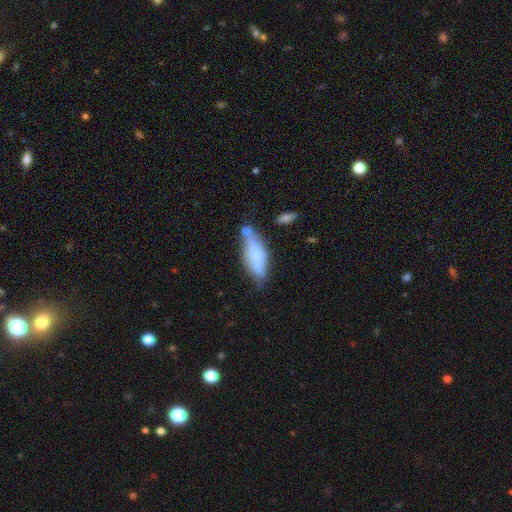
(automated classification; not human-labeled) A smooth galaxy with no disk features (65%) that is in between round and cigar-shaped (52%). Merging: none (49%).